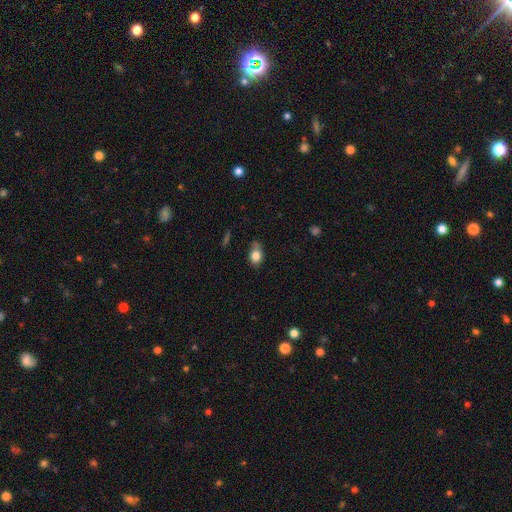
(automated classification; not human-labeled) A smooth galaxy with no disk features (80%) that is in between round and cigar-shaped (74%).

Vote fractions:
- Smooth or featured? smooth: 80% / featured or disk: 12% / star or artifact: 9%
- How rounded? in between: 74% / round: 23% / cigar-shaped: 2%
- Merging? none: 56% / minor disturbance: 33% / major disturbance: 9% / merger: 2%